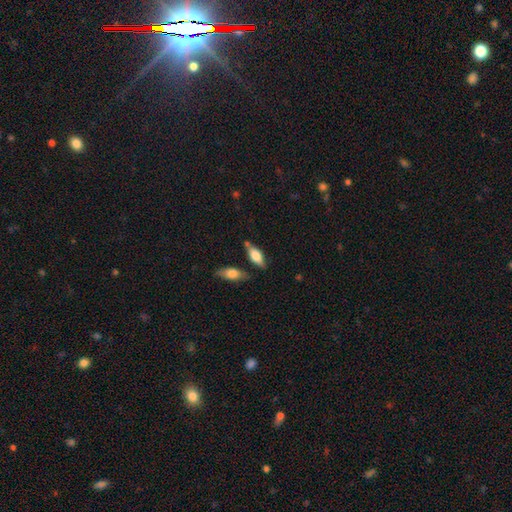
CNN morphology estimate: This appears to be a smooth galaxy with no disk features (70%) that is in between round and cigar-shaped (76%). Merging: none (66%).